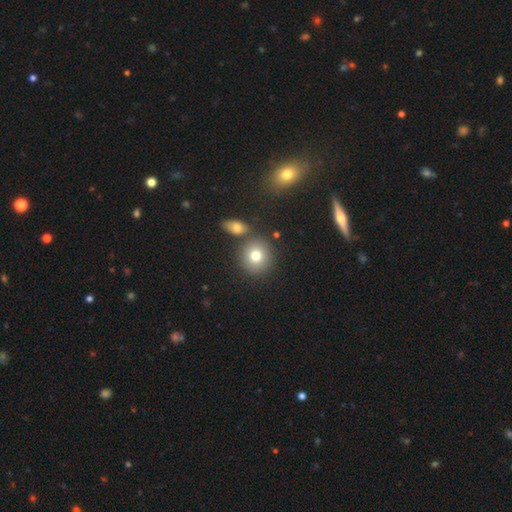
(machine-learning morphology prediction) smooth_or_featured: smooth (p=0.77) [alt: featured or disk p=0.12]
how_rounded: round (p=0.88) [alt: in between p=0.11]
merging: none (p=0.76) [alt: merger p=0.12]